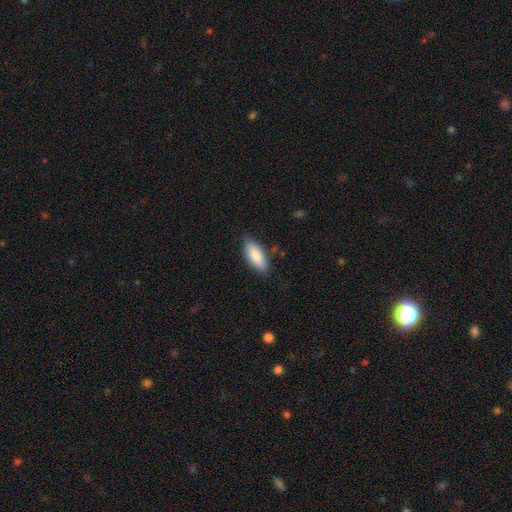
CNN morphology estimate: Q: Smooth or featured?
A: smooth (84%); runner-up: featured or disk (10%)
Q: How rounded?
A: in between (73%); runner-up: cigar-shaped (25%)
Q: Merging?
A: none (81%); runner-up: minor disturbance (15%)